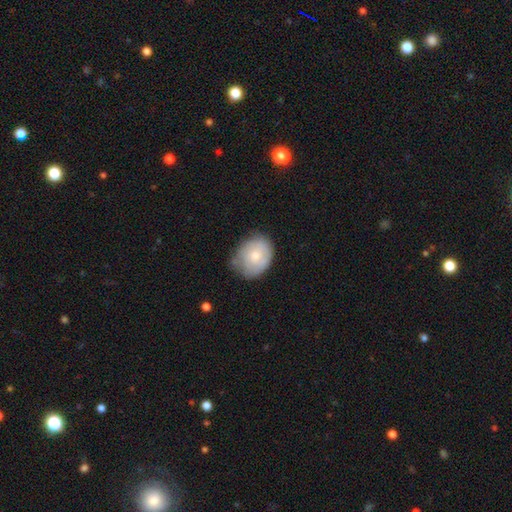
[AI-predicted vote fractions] Overall: smooth (66%; featured or disk 27%). How rounded: in between (53%; round 46%). Merging: none (56%; minor disturbance 34%).